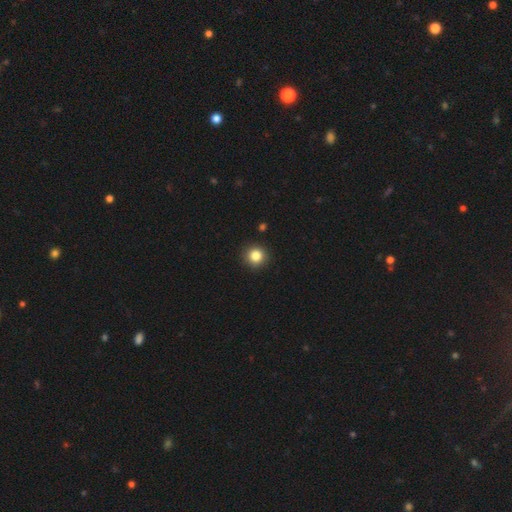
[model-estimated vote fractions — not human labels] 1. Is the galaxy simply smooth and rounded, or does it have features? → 84% smooth, 11% star or artifact, 5% featured or disk.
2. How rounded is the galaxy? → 94% round, 5% in between, 1% cigar-shaped.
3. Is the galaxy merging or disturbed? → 91% none, 6% minor disturbance, 2% major disturbance, 1% merger.